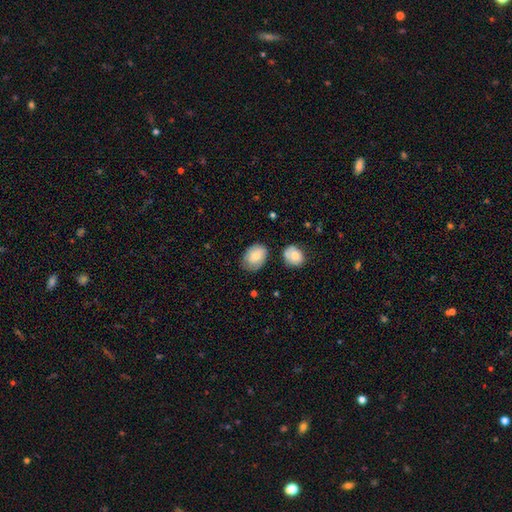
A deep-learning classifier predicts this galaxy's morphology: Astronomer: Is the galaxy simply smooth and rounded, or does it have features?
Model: smooth — 76%.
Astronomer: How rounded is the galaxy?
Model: in between — 70%.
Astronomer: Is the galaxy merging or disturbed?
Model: none — 62%.